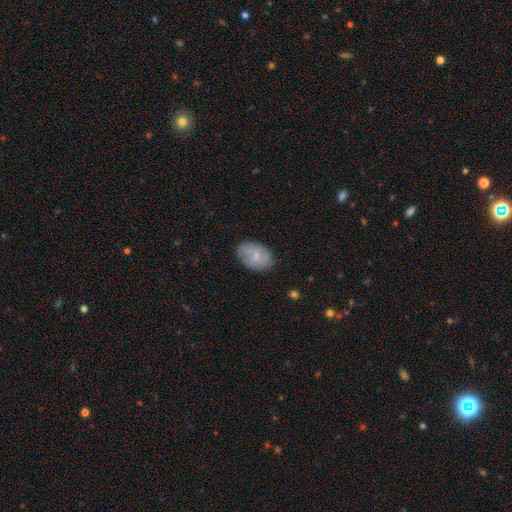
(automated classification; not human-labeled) Q: Smooth or featured?
A: smooth (68%); runner-up: featured or disk (24%)
Q: How rounded?
A: in between (82%); runner-up: round (16%)
Q: Merging?
A: none (77%); runner-up: minor disturbance (17%)